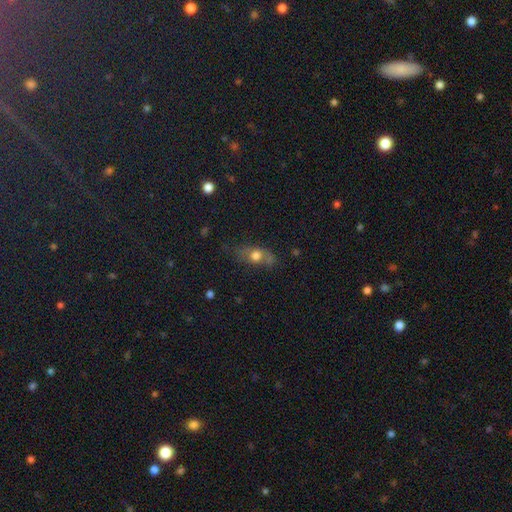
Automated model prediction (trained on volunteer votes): Q: Smooth or featured?
A: smooth (66%); runner-up: featured or disk (22%)
Q: How rounded?
A: in between (62%); runner-up: round (27%)
Q: Merging?
A: none (51%); runner-up: minor disturbance (29%)